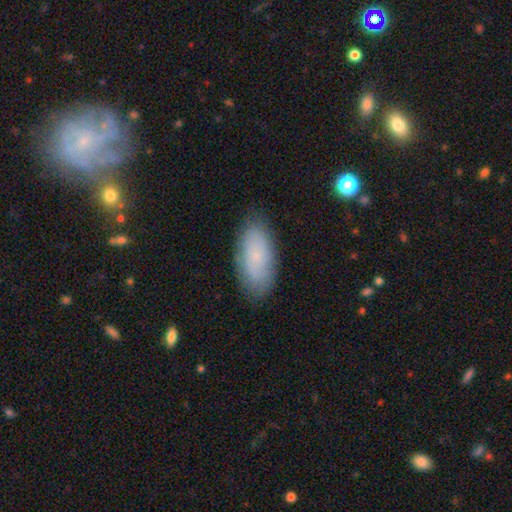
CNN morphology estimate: This appears to be a smooth galaxy with no disk features (64%) that is in between round and cigar-shaped (91%). Merging: none (82%).